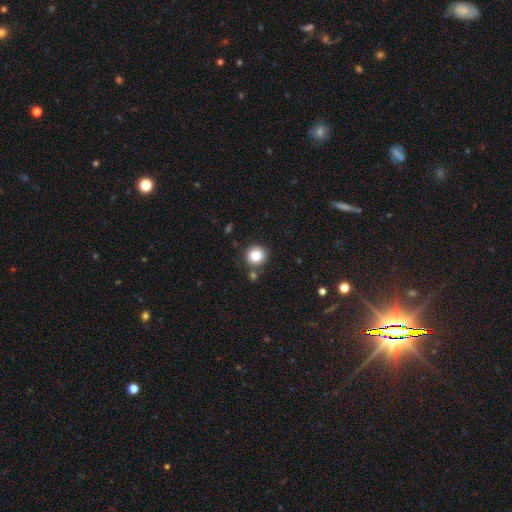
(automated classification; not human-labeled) Smooth or featured?
  - smooth: 84% *
  - star or artifact: 10%
  - featured or disk: 6%
How rounded?
  - round: 91% *
  - in between: 8%
  - cigar-shaped: 1%
Merging?
  - none: 80% *
  - minor disturbance: 9%
  - merger: 8%
  - major disturbance: 3%